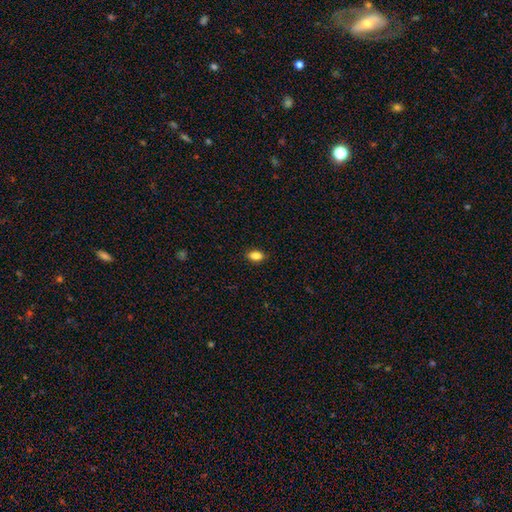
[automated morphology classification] Overall: smooth (85%). How rounded: in between (87%). Merging: none (88%).